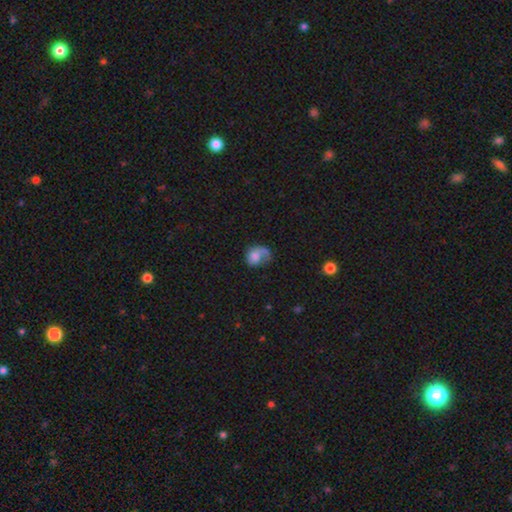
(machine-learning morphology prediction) This is possibly a smooth galaxy (50%). How rounded: possibly in between (52%). Merging: marginally major disturbance (39%).